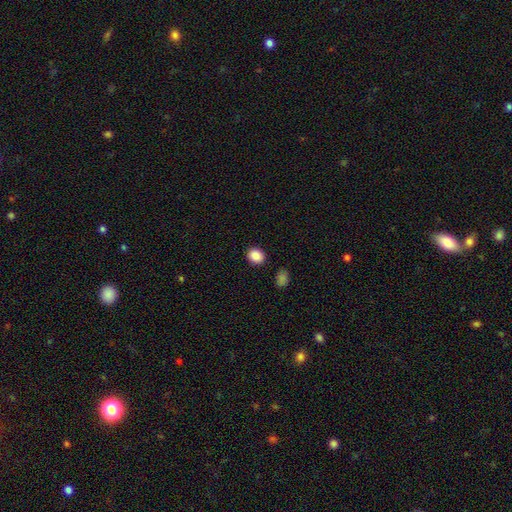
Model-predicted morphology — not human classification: Overall: smooth (88%). How rounded: round (58%; in between 41%). Merging: none (88%).